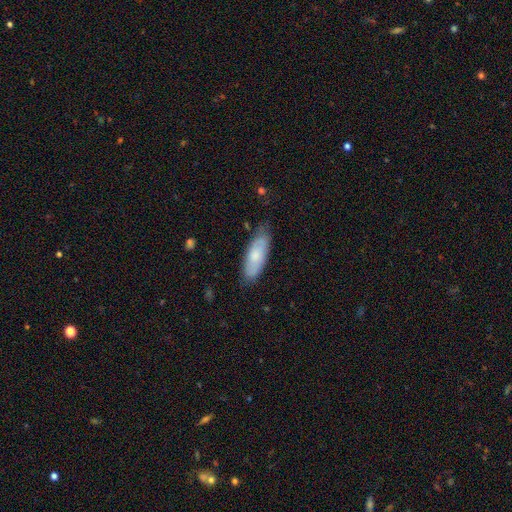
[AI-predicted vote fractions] smooth_or_featured: smooth (p=0.69) [alt: featured or disk p=0.25]
how_rounded: in between (p=0.67) [alt: cigar-shaped p=0.31]
merging: none (p=0.73) [alt: minor disturbance p=0.22]